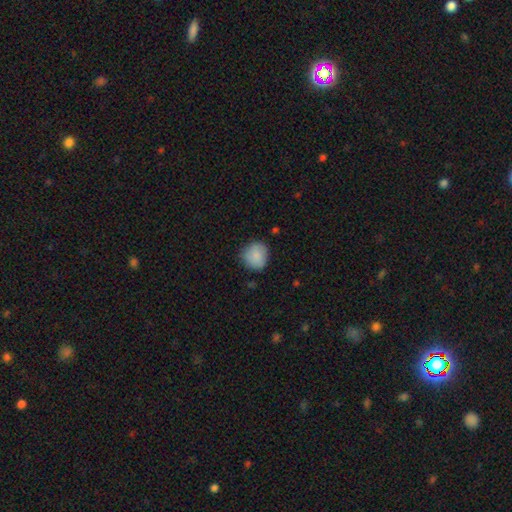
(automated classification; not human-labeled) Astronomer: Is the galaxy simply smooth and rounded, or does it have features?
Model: smooth — 87%.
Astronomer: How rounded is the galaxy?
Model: round — 86%.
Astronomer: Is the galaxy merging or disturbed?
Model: none — 80%.